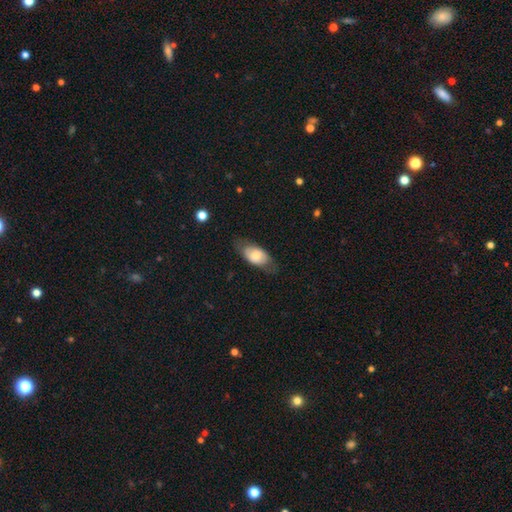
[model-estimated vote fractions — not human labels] Smooth or featured: smooth — 66% (featured or disk — 27%)
How rounded: in between — 88% (round — 6%)
Merging: none — 70% (minor disturbance — 20%)